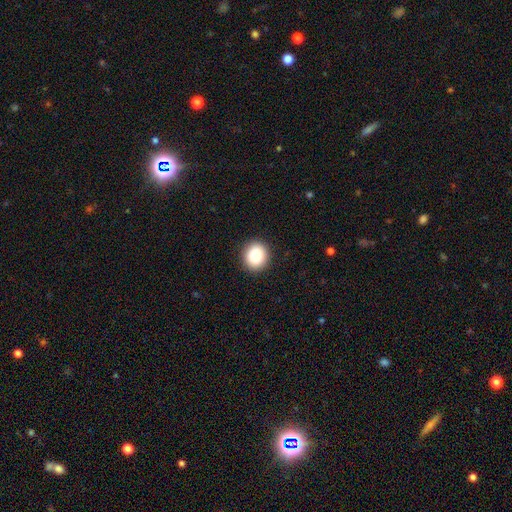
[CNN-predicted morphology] This appears to be a smooth galaxy with no disk features (84%) that is round (83%). Merging: none (92%).